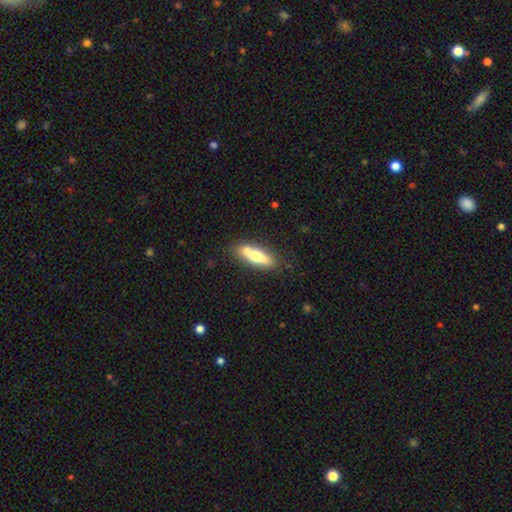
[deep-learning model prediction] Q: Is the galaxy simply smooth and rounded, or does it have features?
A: smooth — 54%.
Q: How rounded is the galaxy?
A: cigar-shaped — 55%.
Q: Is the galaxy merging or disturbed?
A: none — 74%.